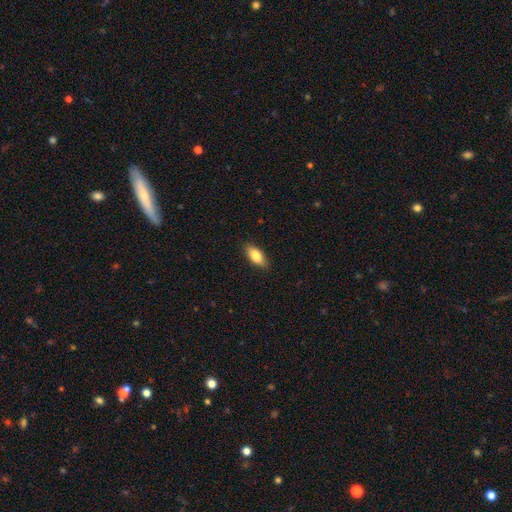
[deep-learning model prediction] Overall: smooth (84%). How rounded: in between (86%). Merging: none (88%).